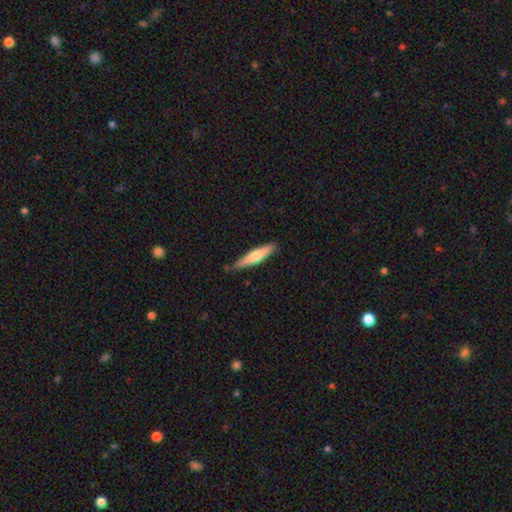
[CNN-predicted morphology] Smooth or featured: smooth — 58% (featured or disk — 37%)
How rounded: cigar-shaped — 88% (in between — 11%)
Merging: none — 84% (minor disturbance — 12%)